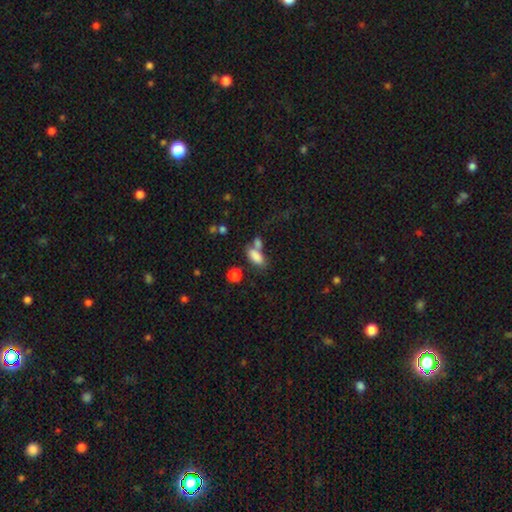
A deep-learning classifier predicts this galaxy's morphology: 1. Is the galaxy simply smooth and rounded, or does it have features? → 82% smooth, 10% star or artifact, 8% featured or disk.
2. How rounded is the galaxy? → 85% in between, 10% cigar-shaped, 5% round.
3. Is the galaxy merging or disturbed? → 42% none, 37% merger, 13% minor disturbance, 8% major disturbance.